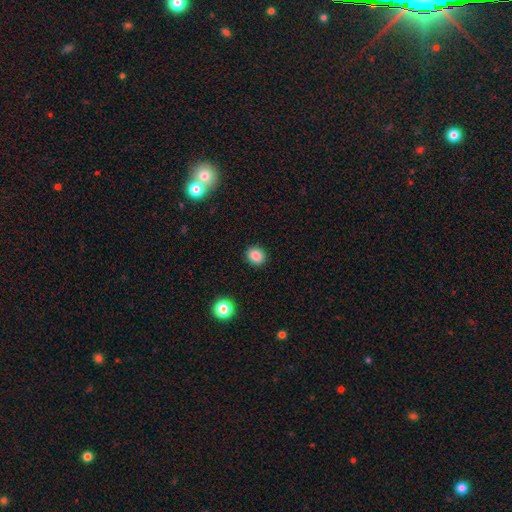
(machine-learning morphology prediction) Smooth or featured: smooth — 86% (star or artifact — 10%)
How rounded: round — 69% (in between — 30%)
Merging: none — 90% (minor disturbance — 6%)